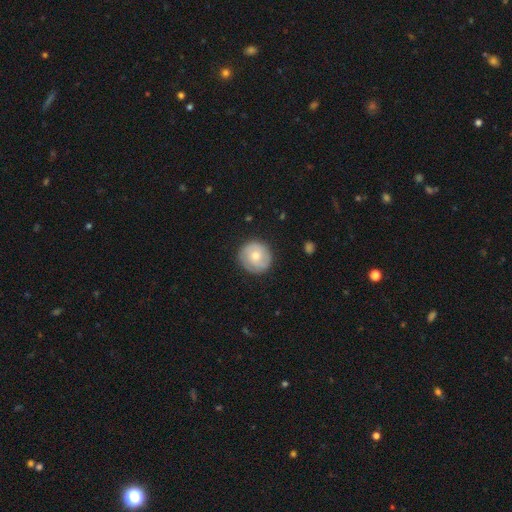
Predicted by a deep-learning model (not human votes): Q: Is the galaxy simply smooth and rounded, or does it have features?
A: smooth — 54%.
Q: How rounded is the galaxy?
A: round — 93%.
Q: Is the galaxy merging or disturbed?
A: none — 85%.